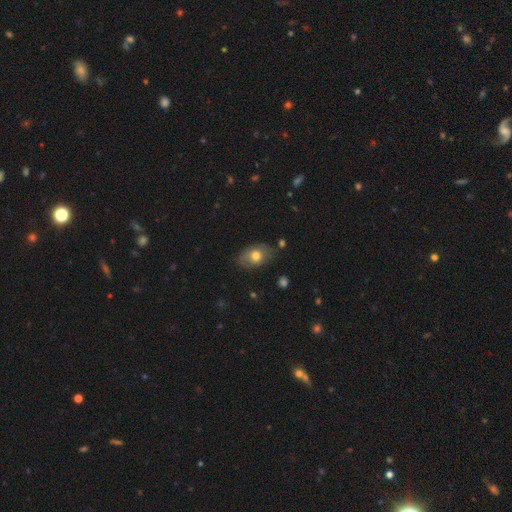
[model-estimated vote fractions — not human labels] Smooth or featured: smooth — 71% (featured or disk — 20%)
How rounded: in between — 83% (round — 15%)
Merging: none — 74% (minor disturbance — 20%)